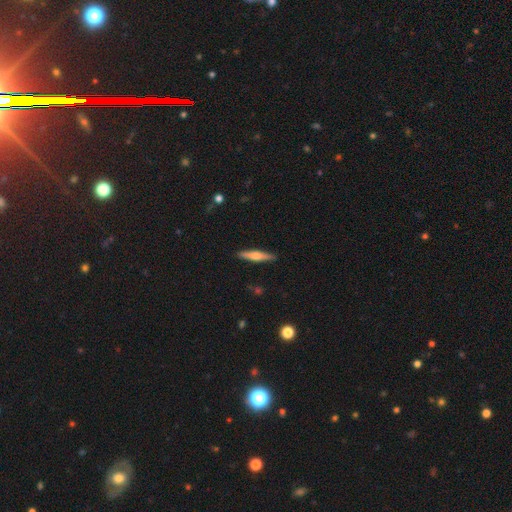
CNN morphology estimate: smooth 50%, featured or disk 44%, star or artifact 6%. Down the decision tree: merging — none (90%).